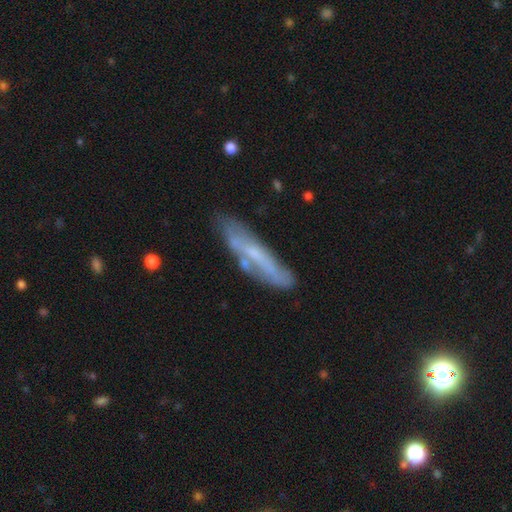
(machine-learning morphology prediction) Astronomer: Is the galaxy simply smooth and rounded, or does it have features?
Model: featured or disk — 55% (runner-up: smooth, 37%).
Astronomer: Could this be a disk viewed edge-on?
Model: yes — 54% (runner-up: no, 46%).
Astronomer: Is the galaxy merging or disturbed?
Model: none — 69%.